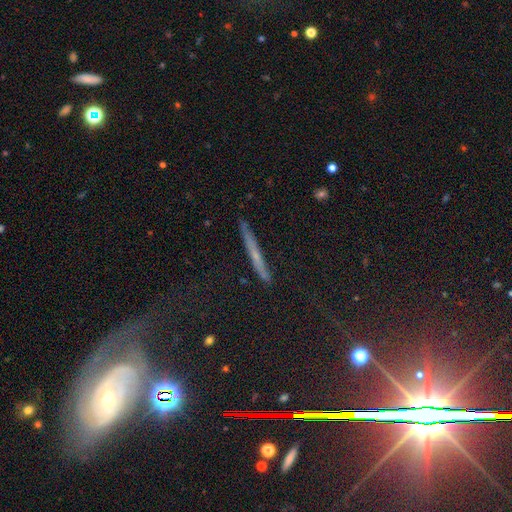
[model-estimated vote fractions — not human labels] This is possibly a featured or disk galaxy (47%). Merging: clearly none (85%).